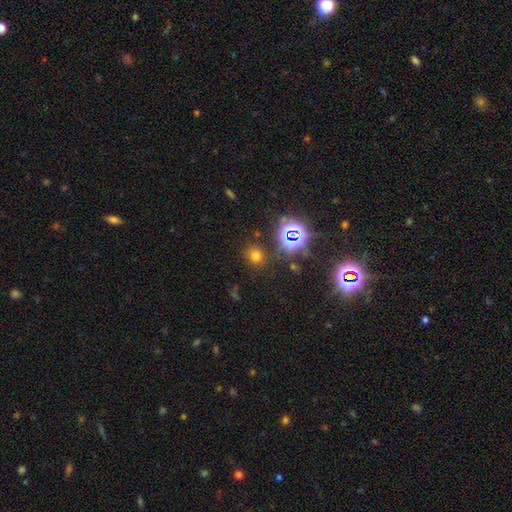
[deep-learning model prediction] Q: Smooth or featured?
A: smooth (65%); runner-up: star or artifact (28%)
Q: How rounded?
A: round (75%); runner-up: in between (24%)
Q: Merging?
A: none (83%); runner-up: minor disturbance (10%)